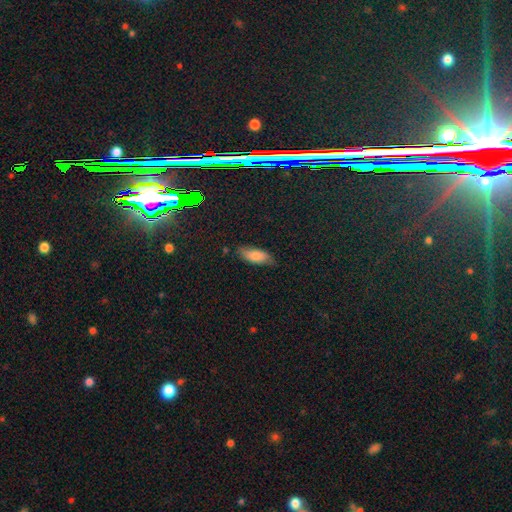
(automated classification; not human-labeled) The model was most divided on "merging": none: 70%, minor disturbance: 24%, major disturbance: 5%, merger: 2%. More confident: how rounded — in between (78%); smooth or featured — smooth (77%).